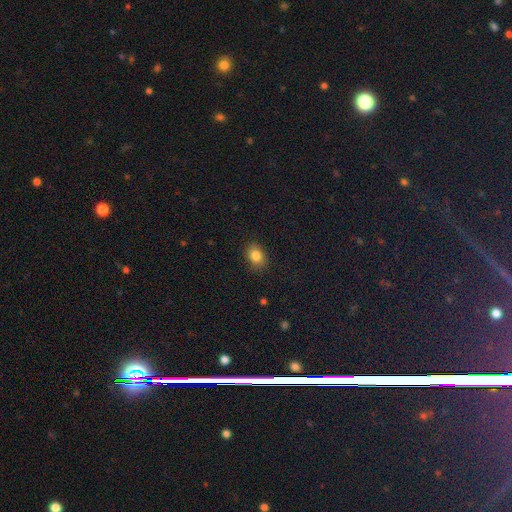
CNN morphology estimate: Smooth or featured: smooth — 84% (star or artifact — 10%)
How rounded: in between — 63% (round — 35%)
Merging: none — 87% (minor disturbance — 10%)